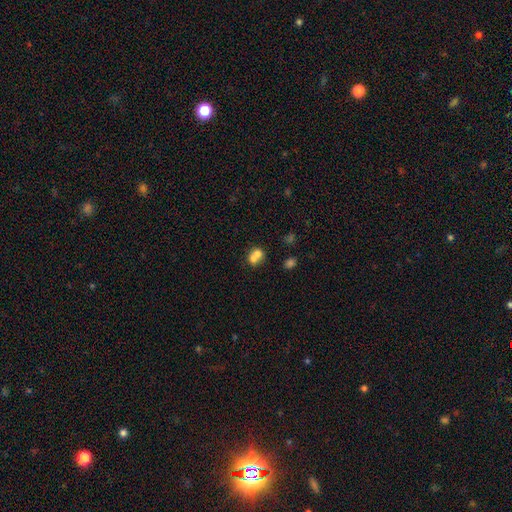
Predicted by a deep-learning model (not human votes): This appears to be a smooth galaxy with no disk features (68%) that is round (67%). Merging: merger (66%).